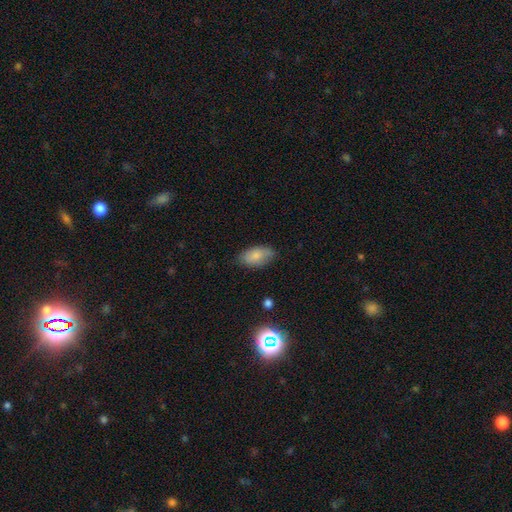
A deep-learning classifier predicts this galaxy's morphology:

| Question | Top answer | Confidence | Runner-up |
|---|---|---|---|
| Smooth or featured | smooth | 81% | featured or disk (12%) |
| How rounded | in between | 93% | round (4%) |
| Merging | none | 77% | minor disturbance (18%) |